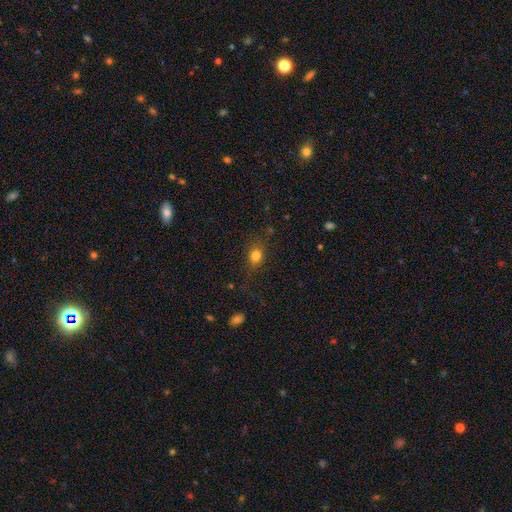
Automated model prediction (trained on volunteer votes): This is likely a smooth galaxy (80%). How rounded: possibly round (56%). Merging: likely none (77%).